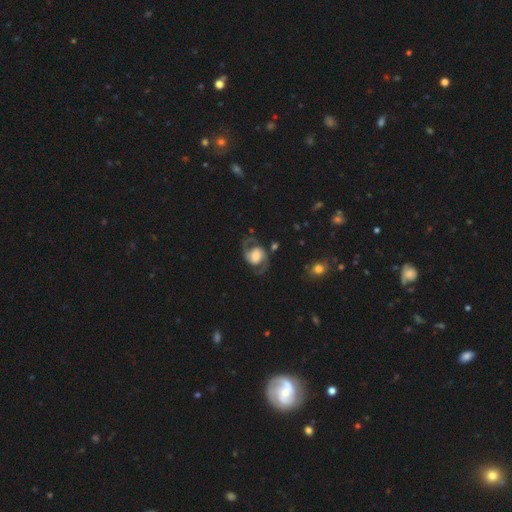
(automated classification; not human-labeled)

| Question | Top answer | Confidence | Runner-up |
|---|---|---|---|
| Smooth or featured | featured or disk | 83% | smooth (12%) |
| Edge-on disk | no | 97% | yes (3%) |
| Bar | no | 53% | weak (34%) |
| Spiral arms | yes | 94% | no (6%) |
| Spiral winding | medium | 52% | loose (33%) |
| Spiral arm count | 2 | 93% | can't tell (2%) |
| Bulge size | moderate | 44% | large (30%) |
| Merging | none | 73% | minor disturbance (14%) |